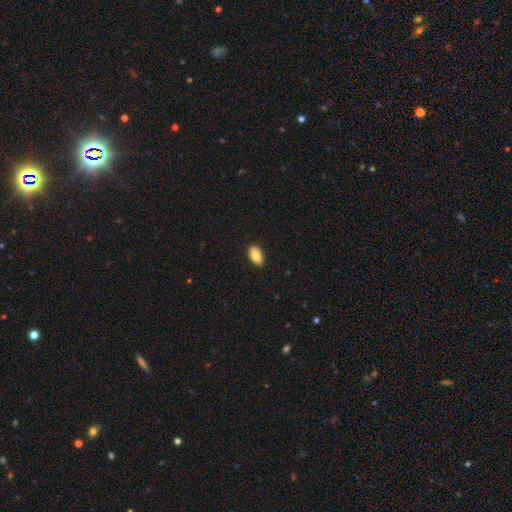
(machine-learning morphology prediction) This is likely a smooth galaxy (75%). How rounded: clearly in between (91%). Merging: clearly none (81%).